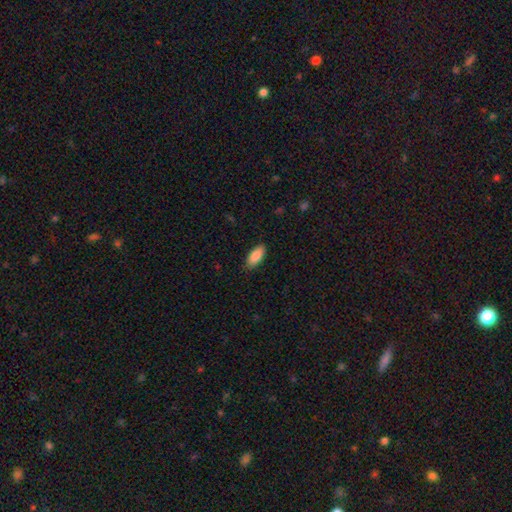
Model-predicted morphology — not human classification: A smooth galaxy with no disk features (87%) that is in between round and cigar-shaped (85%). Merging: none (86%).